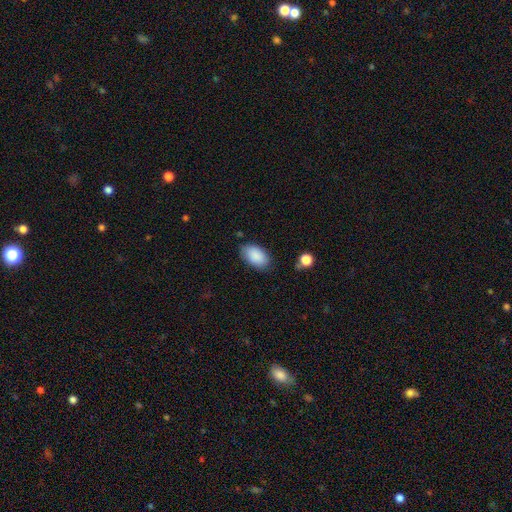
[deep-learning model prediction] smooth-or-featured: smooth: 89% | star or artifact: 7% | featured or disk: 5%
  how-rounded: in between: 94% | round: 5% | cigar-shaped: 1%
  merging: none: 80% | minor disturbance: 15% | major disturbance: 4% | merger: 2%